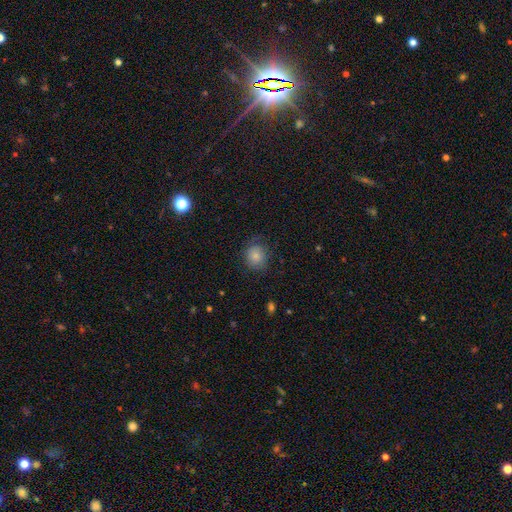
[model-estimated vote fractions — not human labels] Q: Smooth or featured?
A: smooth (82%); runner-up: star or artifact (9%)
Q: How rounded?
A: round (80%); runner-up: in between (19%)
Q: Merging?
A: none (75%); runner-up: minor disturbance (18%)